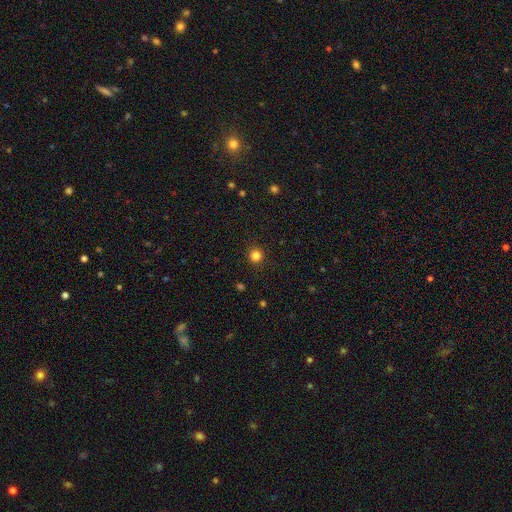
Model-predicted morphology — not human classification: A smooth galaxy with no disk features (83%) that is round (95%).

Vote fractions:
- Smooth or featured? smooth: 83% / star or artifact: 13% / featured or disk: 4%
- How rounded? round: 95% / in between: 4% / cigar-shaped: 1%
- Merging? none: 92% / minor disturbance: 5% / major disturbance: 2% / merger: 1%